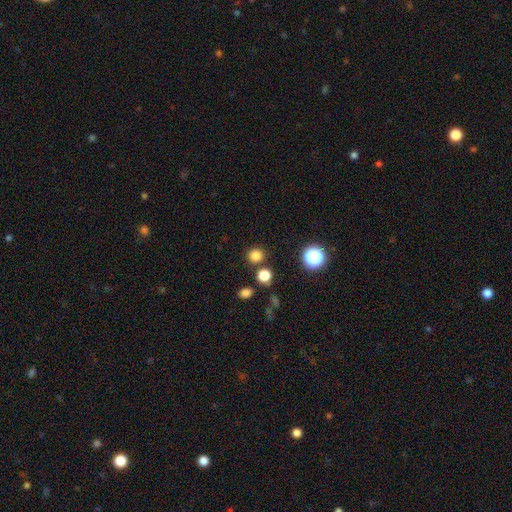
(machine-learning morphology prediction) Smooth or featured?
  - smooth: 80% *
  - star or artifact: 16%
  - featured or disk: 4%
How rounded?
  - round: 91% *
  - in between: 8%
  - cigar-shaped: 1%
Merging?
  - none: 84% *
  - minor disturbance: 7%
  - merger: 6%
  - major disturbance: 3%